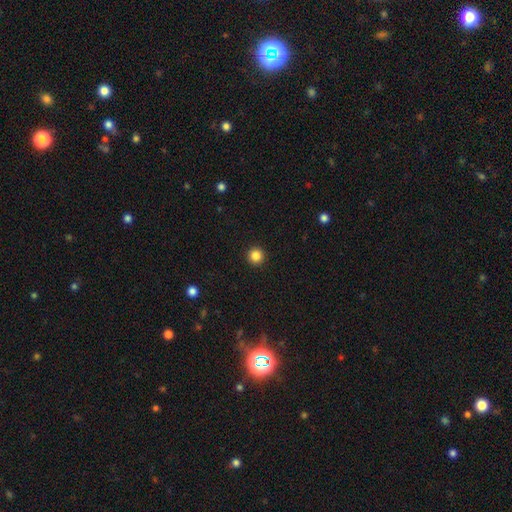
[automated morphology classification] Smooth or featured? smooth (85%)
How rounded? round (96%)
Merging? none (94%)